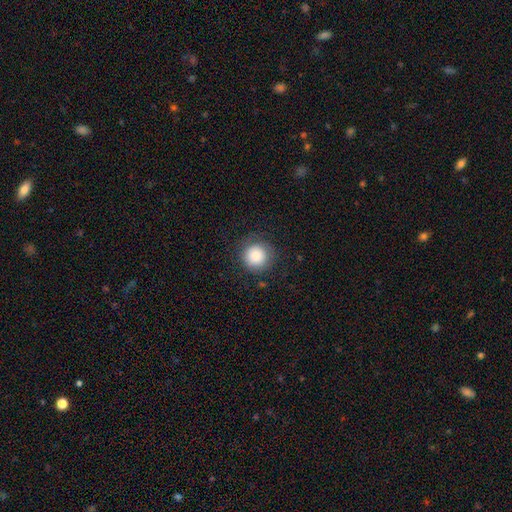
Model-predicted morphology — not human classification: Smooth or featured? smooth (86%)
How rounded? round (95%)
Merging? none (84%)